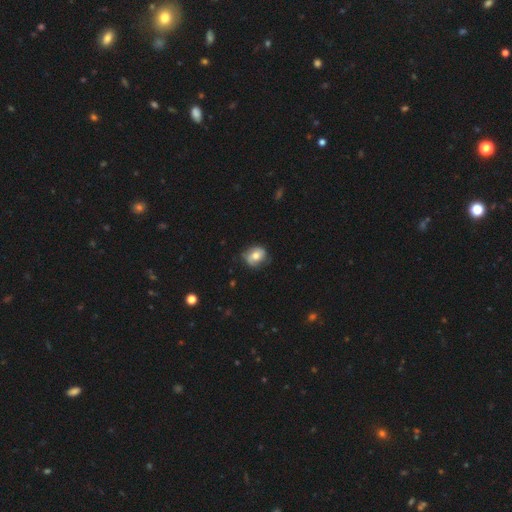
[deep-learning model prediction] The model was most divided on "how rounded": round: 61%, in between: 38%, cigar-shaped: 1%. More confident: merging — none (65%); smooth or featured — smooth (60%).